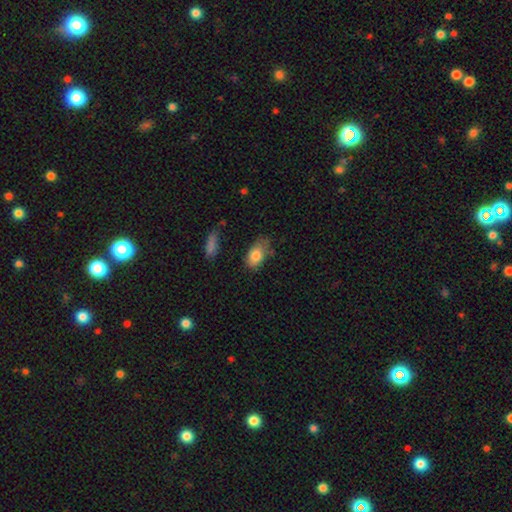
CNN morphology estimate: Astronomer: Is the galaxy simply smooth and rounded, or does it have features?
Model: smooth — 80%.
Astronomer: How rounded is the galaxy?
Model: in between — 88%.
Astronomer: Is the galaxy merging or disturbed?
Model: none — 49% (runner-up: minor disturbance, 35%).